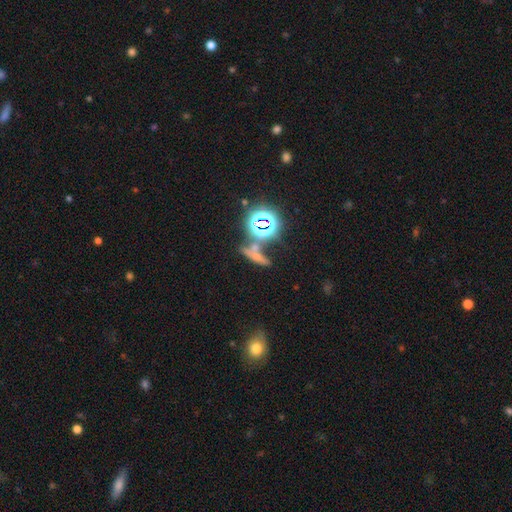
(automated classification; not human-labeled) Q: Smooth or featured?
A: smooth (42%); runner-up: star or artifact (34%)
Q: Merging?
A: none (52%); runner-up: merger (26%)